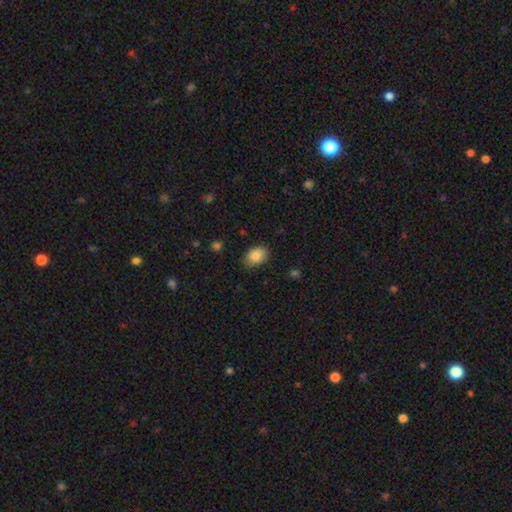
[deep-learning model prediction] smooth 88%, star or artifact 8%, featured or disk 5%. Down the decision tree: how rounded — in between (83%); merging — none (83%).